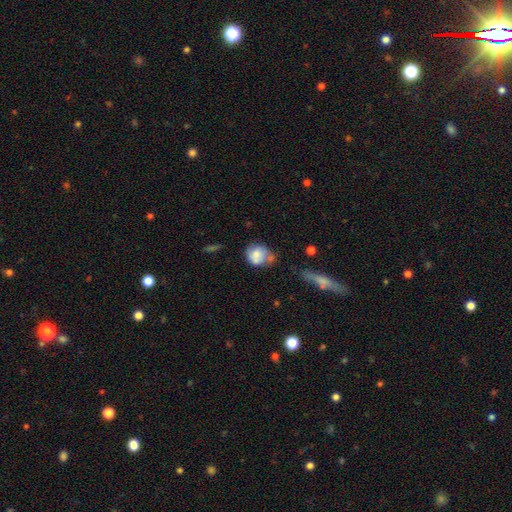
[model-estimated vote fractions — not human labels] The model was most divided on "merging": none: 39%, minor disturbance: 29%, merger: 19%, major disturbance: 13%. More confident: how rounded — round (67%); smooth or featured — smooth (66%).